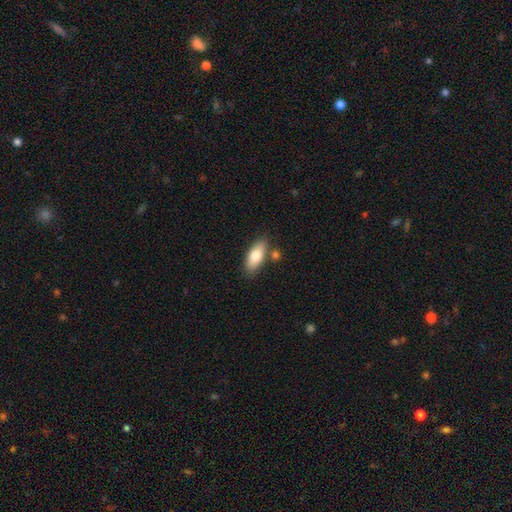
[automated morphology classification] Overall: smooth (77%). How rounded: in between (81%). Merging: none (76%).